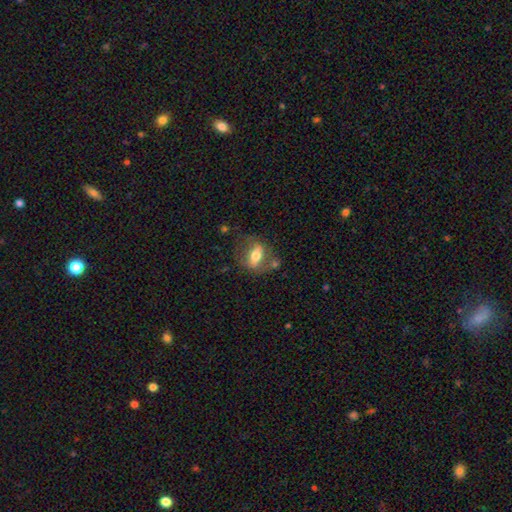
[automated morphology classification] A smooth galaxy with no disk features (48%). Merging: none (57%).